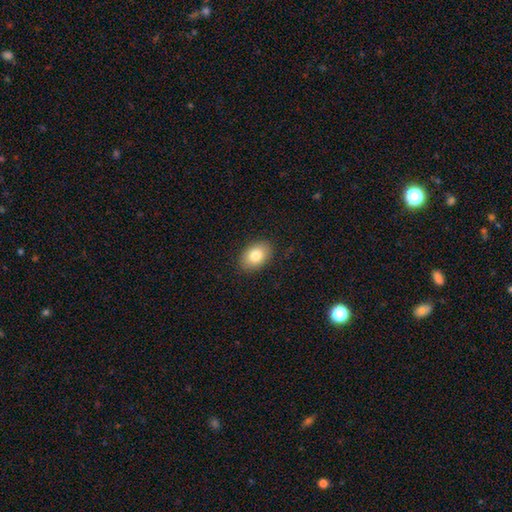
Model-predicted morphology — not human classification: A smooth galaxy with no disk features (82%) that is in between round and cigar-shaped (82%).

Vote fractions:
- Smooth or featured? smooth: 82% / featured or disk: 10% / star or artifact: 8%
- How rounded? in between: 82% / round: 17% / cigar-shaped: 1%
- Merging? none: 89% / minor disturbance: 8% / major disturbance: 2% / merger: 1%